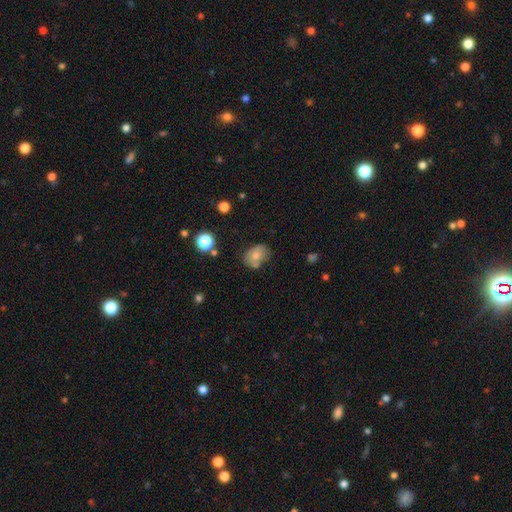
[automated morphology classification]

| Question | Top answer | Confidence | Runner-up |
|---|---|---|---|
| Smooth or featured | smooth | 73% | featured or disk (16%) |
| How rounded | in between | 70% | round (29%) |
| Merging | none | 62% | minor disturbance (23%) |